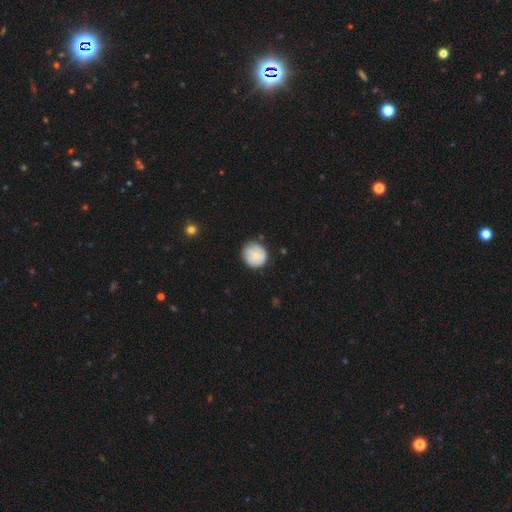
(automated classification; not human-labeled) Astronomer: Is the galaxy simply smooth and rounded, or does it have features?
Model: smooth — 61%.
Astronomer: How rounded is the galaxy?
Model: round — 86%.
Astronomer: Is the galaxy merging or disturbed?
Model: none — 74%.